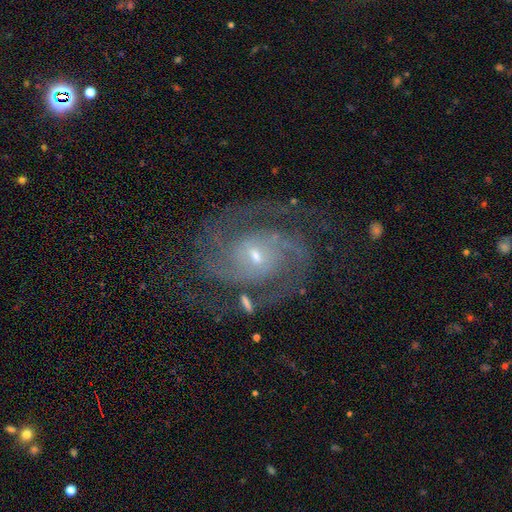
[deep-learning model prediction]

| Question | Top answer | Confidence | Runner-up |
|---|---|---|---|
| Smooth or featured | featured or disk | 91% | star or artifact (6%) |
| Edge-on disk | no | 98% | yes (2%) |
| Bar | no | 61% | weak (29%) |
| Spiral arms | yes | 98% | no (2%) |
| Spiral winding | tight | 52% | medium (42%) |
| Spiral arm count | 2 | 76% | 3 (10%) |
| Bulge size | small | 67% | moderate (30%) |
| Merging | none | 76% | minor disturbance (15%) |